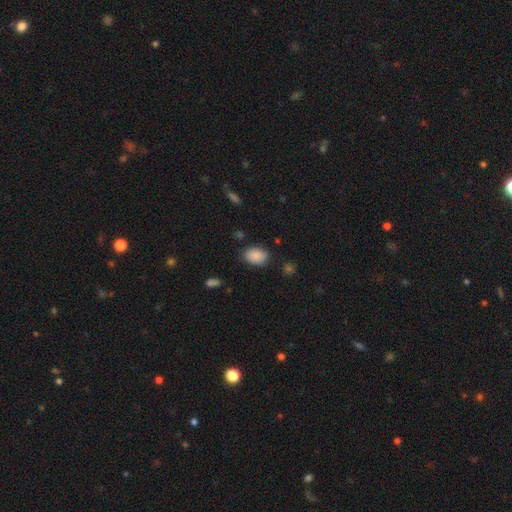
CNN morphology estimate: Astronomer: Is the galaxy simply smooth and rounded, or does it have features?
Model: smooth — 88%.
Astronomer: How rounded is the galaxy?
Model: in between — 84%.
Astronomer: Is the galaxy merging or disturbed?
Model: none — 82%.